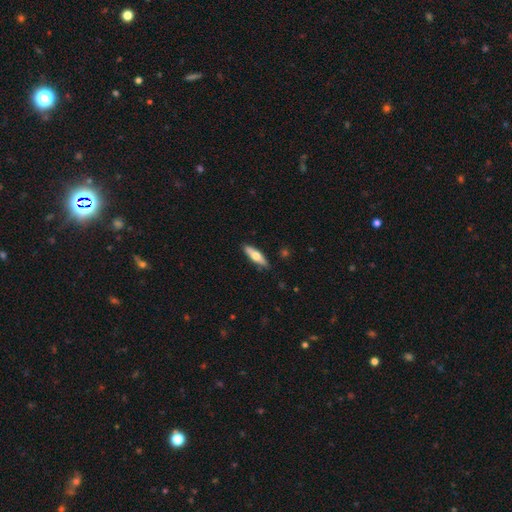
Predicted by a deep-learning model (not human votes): smooth 57%, featured or disk 37%, star or artifact 5%. Down the decision tree: how rounded — cigar-shaped (59%); merging — none (87%).